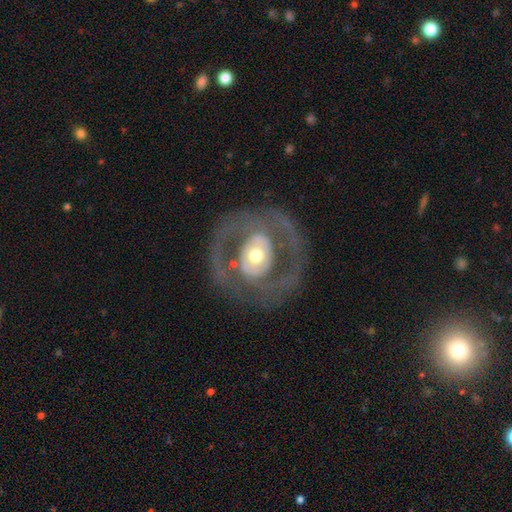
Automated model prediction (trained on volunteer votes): This is likely a featured or disk galaxy (75%). It is clearly not viewed edge-on (96%). Bar: likely no (69%). Spiral arm pattern: possibly yes (52%). Central bulge: likely moderate (64%). Merging: likely none (72%).